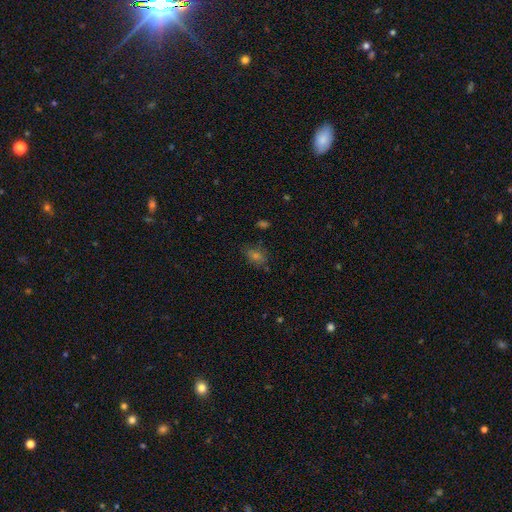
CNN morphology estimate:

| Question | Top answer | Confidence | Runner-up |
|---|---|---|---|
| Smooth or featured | smooth | 53% | star or artifact (32%) |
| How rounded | in between | 65% | round (33%) |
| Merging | none | 75% | minor disturbance (16%) |